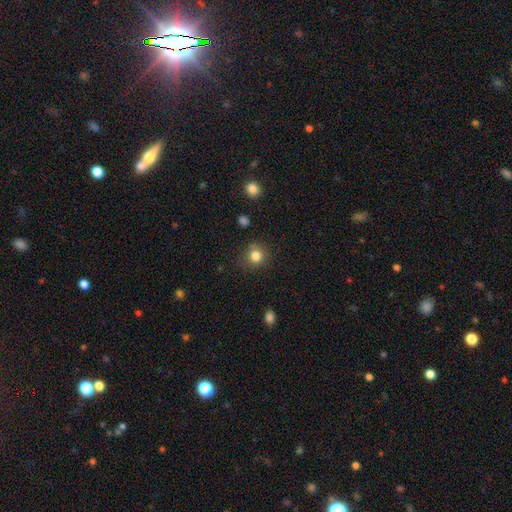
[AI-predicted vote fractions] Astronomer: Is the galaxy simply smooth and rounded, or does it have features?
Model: smooth — 82%.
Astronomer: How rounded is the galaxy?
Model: round — 89%.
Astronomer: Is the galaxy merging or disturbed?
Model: none — 82%.